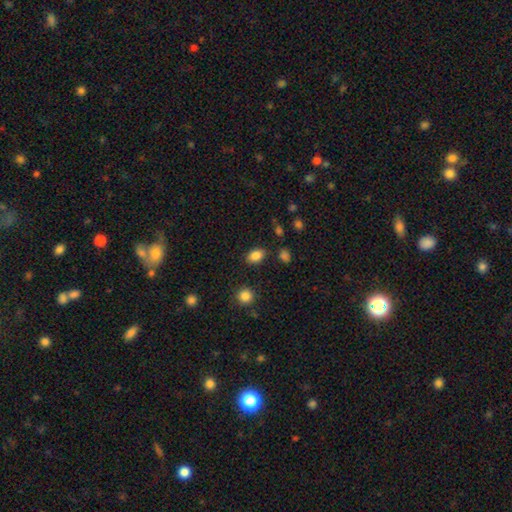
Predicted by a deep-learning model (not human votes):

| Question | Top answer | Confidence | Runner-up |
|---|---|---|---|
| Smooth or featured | smooth | 85% | star or artifact (10%) |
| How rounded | in between | 81% | round (18%) |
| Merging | none | 84% | minor disturbance (10%) |